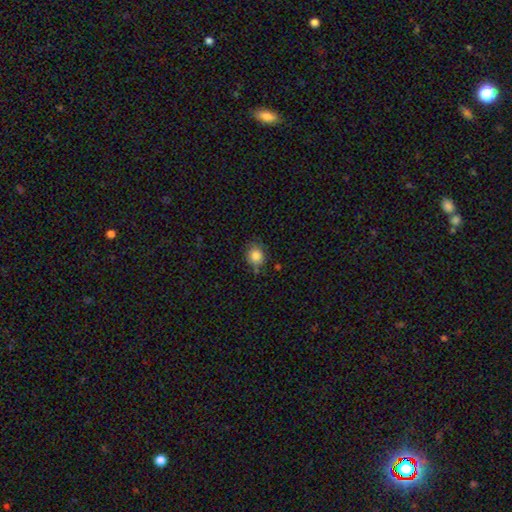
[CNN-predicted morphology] Smooth or featured? Predicted: smooth (p=0.84). How rounded? Predicted: round (p=0.74). Merging? Predicted: none (p=0.71).